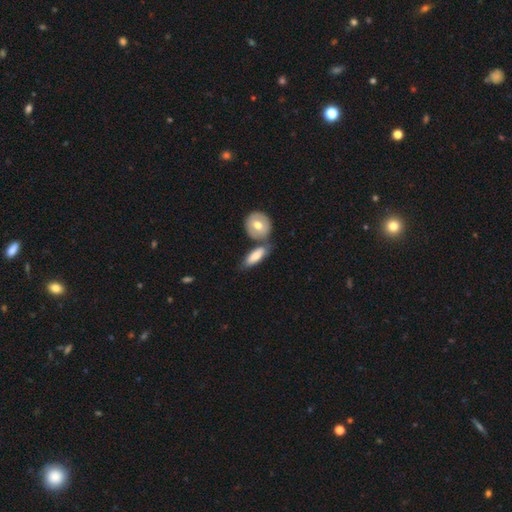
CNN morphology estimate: smooth-or-featured: smooth: 74% | featured or disk: 21% | star or artifact: 5%
  how-rounded: in between: 67% | cigar-shaped: 27% | round: 6%
  merging: none: 53% | merger: 27% | minor disturbance: 16% | major disturbance: 4%